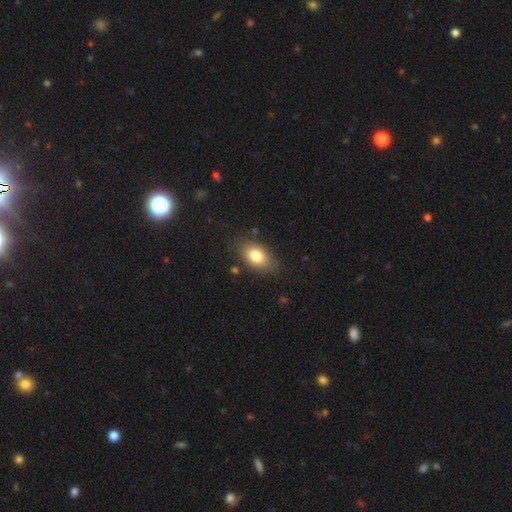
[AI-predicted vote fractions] Smooth or featured?
  - smooth: 80% *
  - featured or disk: 13%
  - star or artifact: 8%
How rounded?
  - in between: 88% *
  - round: 10%
  - cigar-shaped: 2%
Merging?
  - none: 81% *
  - minor disturbance: 13%
  - major disturbance: 4%
  - merger: 2%